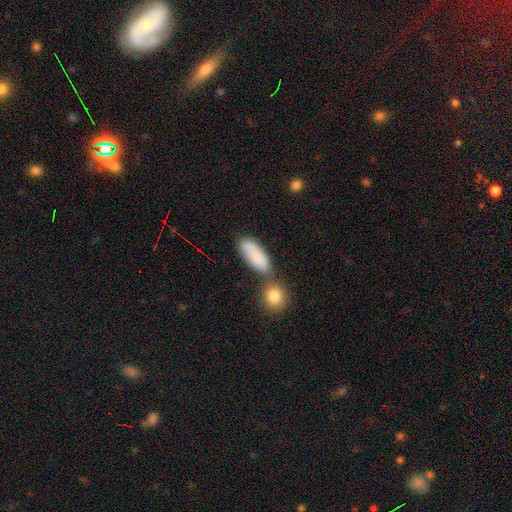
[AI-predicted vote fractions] Q: Smooth or featured?
A: smooth (83%); runner-up: featured or disk (9%)
Q: How rounded?
A: in between (74%); runner-up: cigar-shaped (21%)
Q: Merging?
A: none (47%); runner-up: merger (29%)